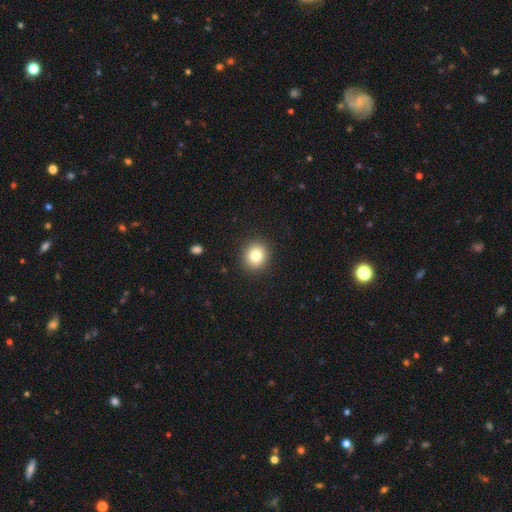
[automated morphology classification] Smooth or featured: smooth — 82% (star or artifact — 11%)
How rounded: round — 86% (in between — 13%)
Merging: none — 91% (minor disturbance — 6%)